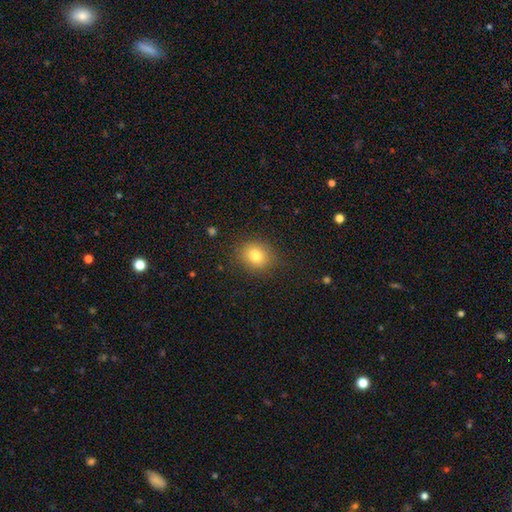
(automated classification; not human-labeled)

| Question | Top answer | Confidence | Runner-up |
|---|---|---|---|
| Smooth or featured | smooth | 79% | star or artifact (12%) |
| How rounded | round | 71% | in between (28%) |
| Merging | none | 86% | minor disturbance (10%) |